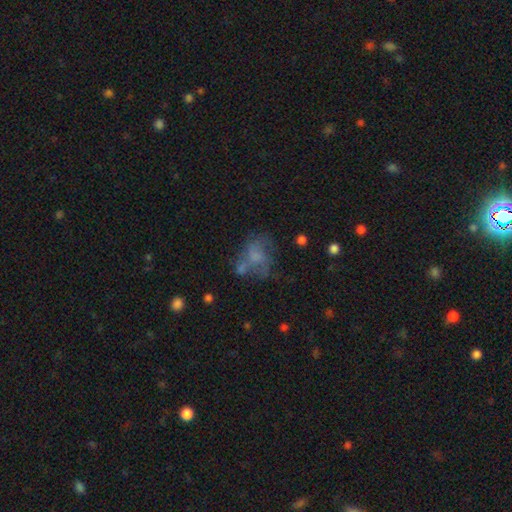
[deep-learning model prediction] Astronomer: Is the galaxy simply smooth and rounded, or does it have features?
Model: smooth — 45% (runner-up: featured or disk, 40%).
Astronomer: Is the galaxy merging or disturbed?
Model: none — 34% (runner-up: major disturbance, 29%).